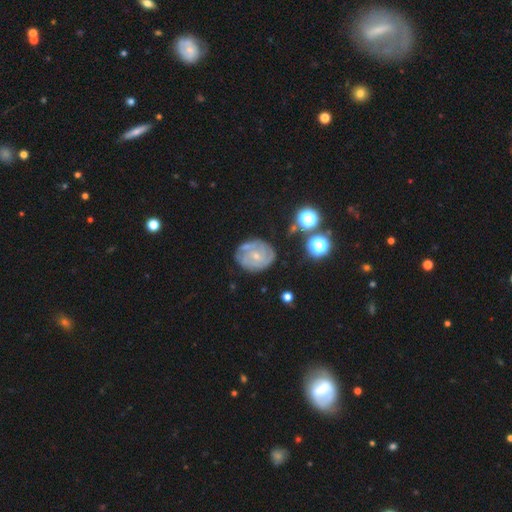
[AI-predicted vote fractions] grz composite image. It shows a featured or disk galaxy (77%) with no bar (69%), tight (68%) spiral arms (90%) and a small central bulge (70%). Merging: none (68%).